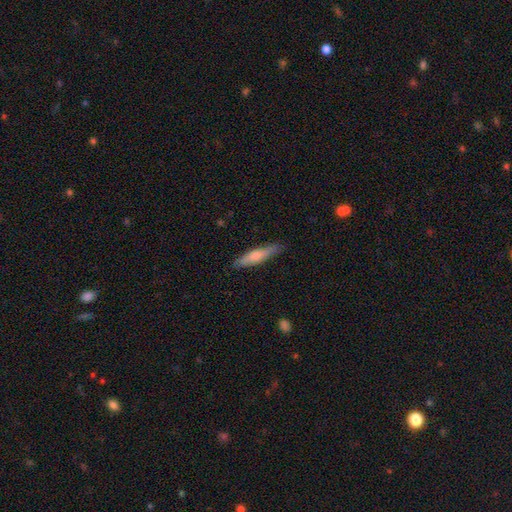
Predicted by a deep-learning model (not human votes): Morphology: type=smooth (59%); roundness=cigar-shaped (87%); merging=none (86%).